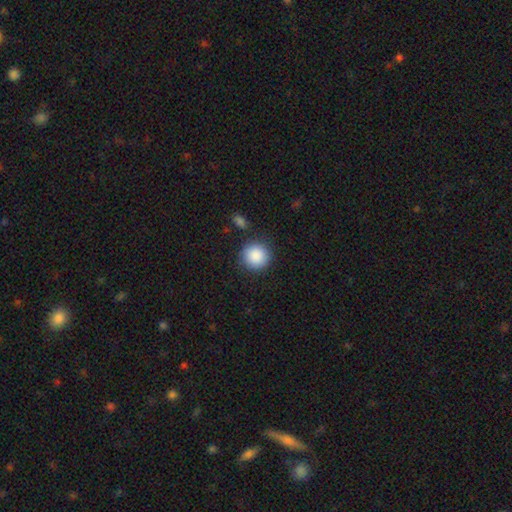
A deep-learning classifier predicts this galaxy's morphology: Smooth or featured: smooth — 89% (star or artifact — 8%)
How rounded: round — 94% (in between — 5%)
Merging: none — 87% (minor disturbance — 7%)